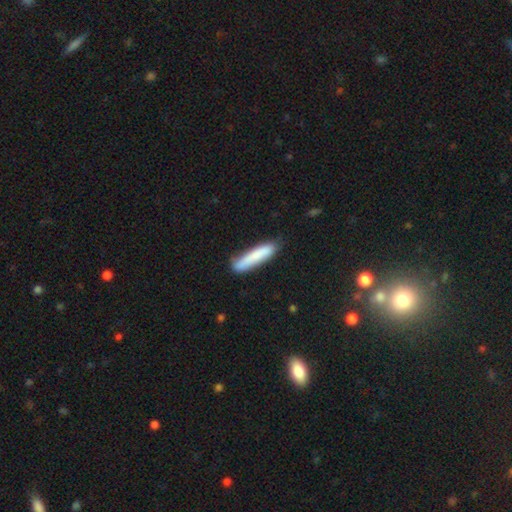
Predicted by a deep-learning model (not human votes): smooth-or-featured: smooth: 79% | featured or disk: 15% | star or artifact: 6%
  how-rounded: cigar-shaped: 86% | in between: 12% | round: 1%
  merging: none: 78% | minor disturbance: 17% | major disturbance: 3% | merger: 2%